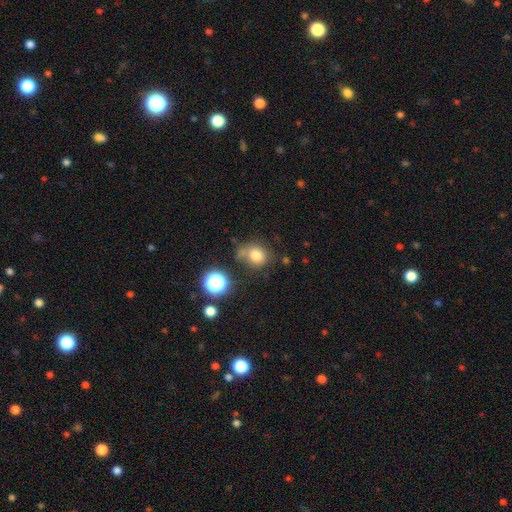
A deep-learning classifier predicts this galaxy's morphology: Smooth or featured: smooth — 76% (star or artifact — 14%)
How rounded: round — 64% (in between — 35%)
Merging: none — 53% (minor disturbance — 25%)